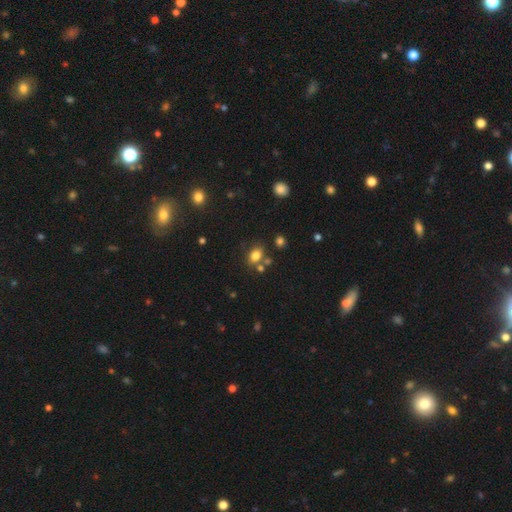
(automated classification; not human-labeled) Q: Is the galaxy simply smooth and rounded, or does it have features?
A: smooth — 79%.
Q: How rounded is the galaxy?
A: in between — 73%.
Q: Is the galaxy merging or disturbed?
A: none — 63%.